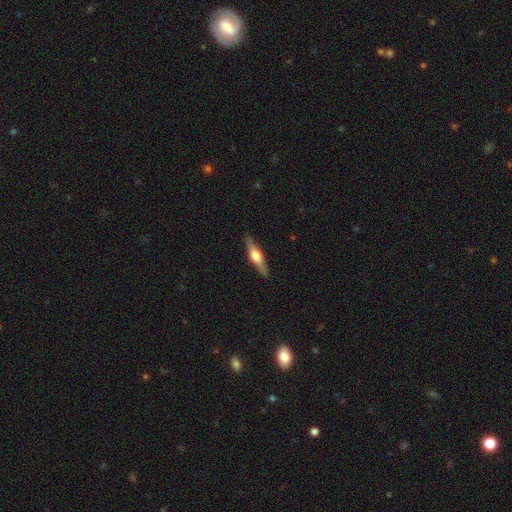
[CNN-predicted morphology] featured or disk 60%, smooth 35%, star or artifact 6%. Down the decision tree: edge-on disk — yes (95%); edge-on bulge — rounded (92%); merging — none (89%).